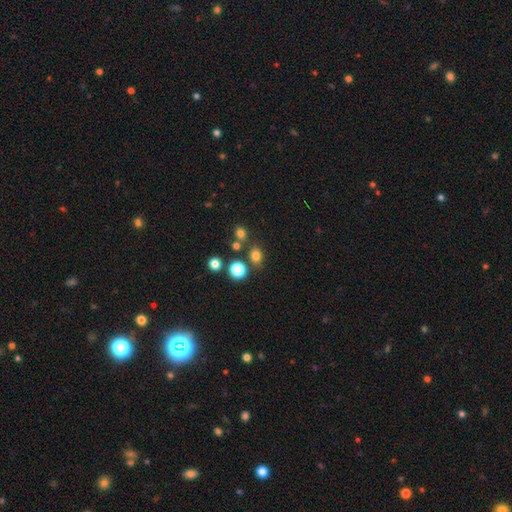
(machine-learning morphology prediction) Overall: smooth (77%). How rounded: round (58%; in between 41%). Merging: none (75%).